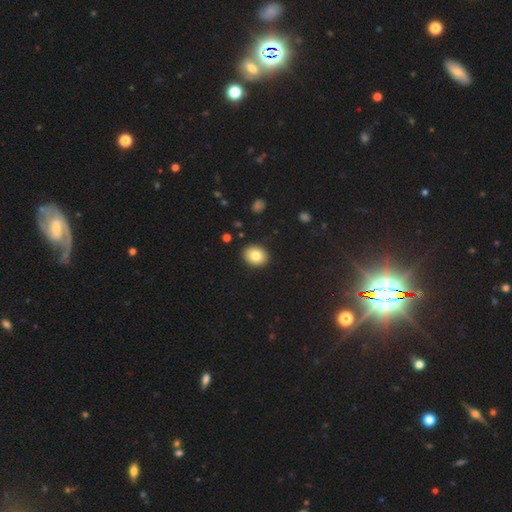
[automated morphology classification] type=smooth (81%); roundness=round (58%); merging=none (90%).